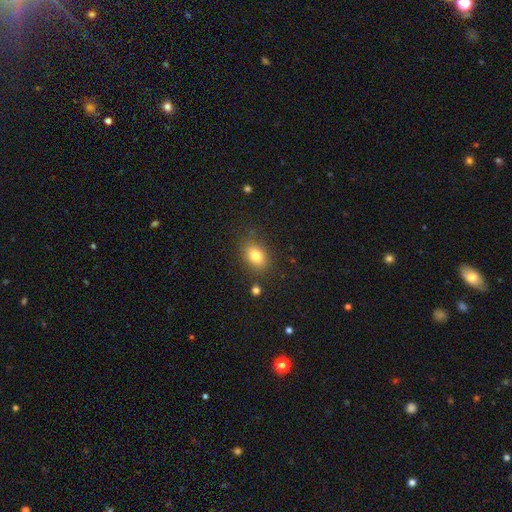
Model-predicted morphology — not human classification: Smooth or featured? Predicted: smooth (p=0.81). How rounded? Predicted: in between (p=0.72). Merging? Predicted: none (p=0.82).